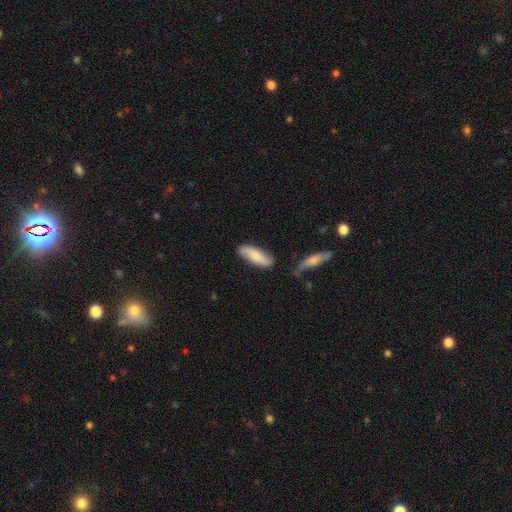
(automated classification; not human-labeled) A smooth galaxy with no disk features (69%) that is in between round and cigar-shaped (60%). Merging: none (75%).